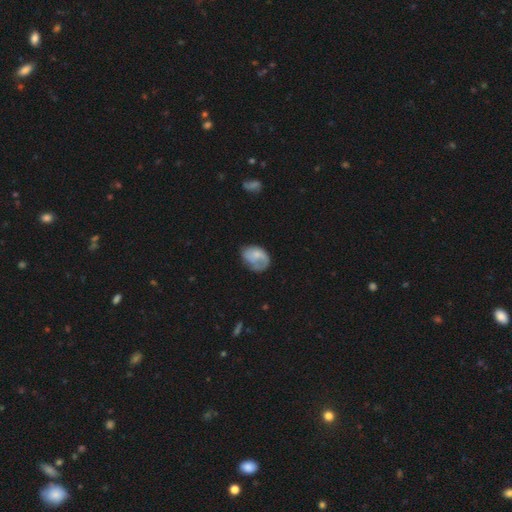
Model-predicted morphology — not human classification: A smooth galaxy with no disk features (57%) that is in between round and cigar-shaped (69%).

Vote fractions:
- Smooth or featured? smooth: 57% / featured or disk: 35% / star or artifact: 8%
- How rounded? in between: 69% / round: 30% / cigar-shaped: 1%
- Merging? none: 41% / minor disturbance: 32% / major disturbance: 25% / merger: 3%